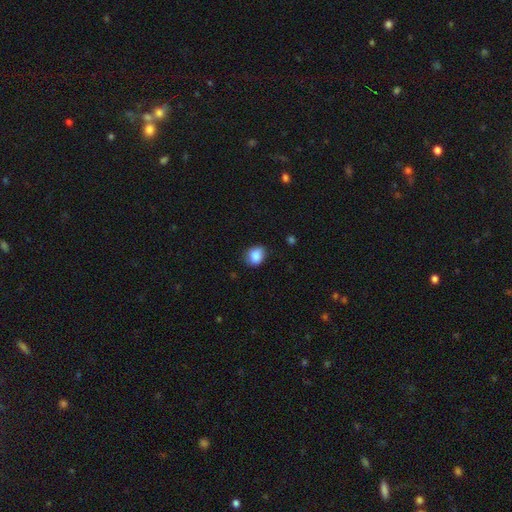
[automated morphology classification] A smooth galaxy with no disk features (86%) that is in between round and cigar-shaped (52%). Merging: none (74%).